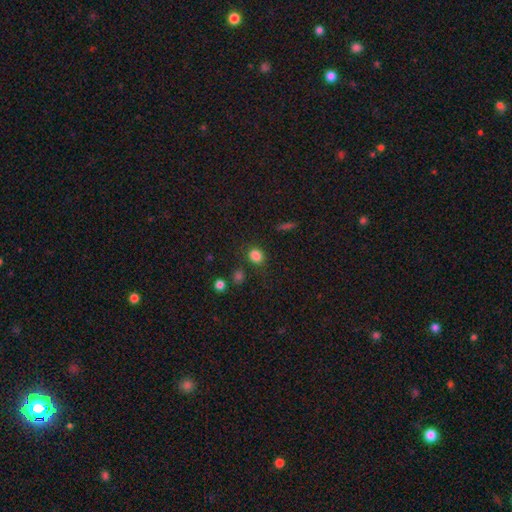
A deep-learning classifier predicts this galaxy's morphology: smooth 83%, star or artifact 13%, featured or disk 5%. Down the decision tree: how rounded — round (59%); merging — none (77%).